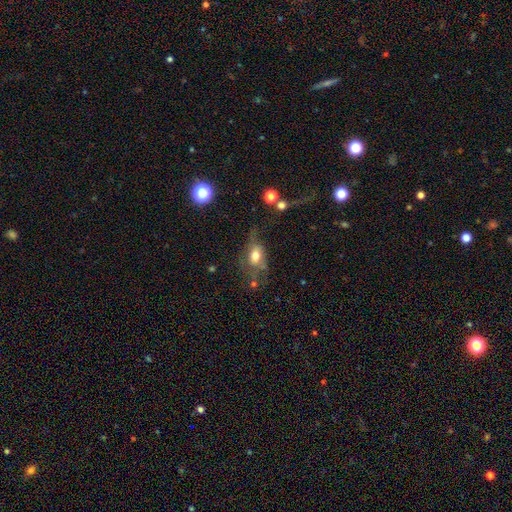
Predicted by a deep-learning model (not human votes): This appears to be a smooth galaxy with no disk features (60%) that is in between round and cigar-shaped (77%). Merging: none (35%).